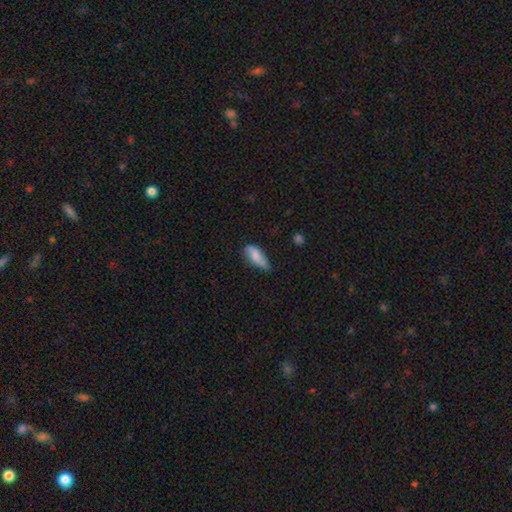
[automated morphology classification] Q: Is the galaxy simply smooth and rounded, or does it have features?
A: smooth — 78%.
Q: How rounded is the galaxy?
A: in between — 79%.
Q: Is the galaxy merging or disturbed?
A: none — 45%.